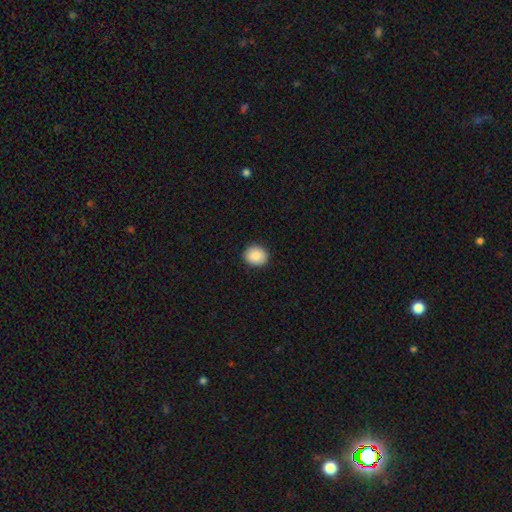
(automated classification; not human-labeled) A smooth galaxy with no disk features (88%) that is round (71%).

Vote fractions:
- Smooth or featured? smooth: 88% / star or artifact: 8% / featured or disk: 4%
- How rounded? round: 71% / in between: 28% / cigar-shaped: 1%
- Merging? none: 90% / minor disturbance: 7% / major disturbance: 2% / merger: 1%